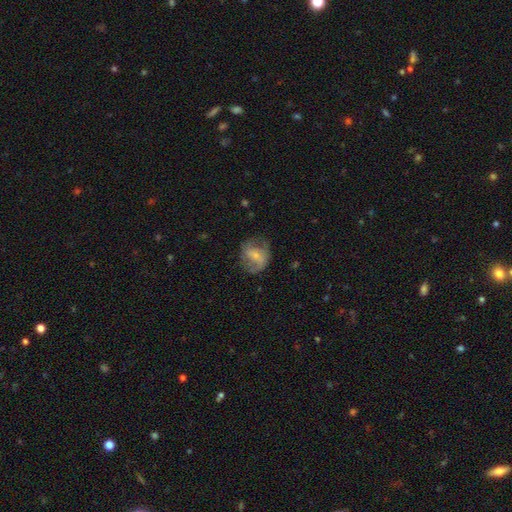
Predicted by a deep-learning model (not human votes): Smooth or featured?
  - featured or disk: 53% *
  - smooth: 39%
  - star or artifact: 8%
Edge-on disk?
  - no: 97% *
  - yes: 3%
Bar?
  - weak: 43% *
  - no: 40%
  - strong: 18%
Spiral arms?
  - yes: 72% *
  - no: 28%
Bulge size?
  - small: 54% *
  - moderate: 30%
  - none: 11%
  - large: 3%
  - dominant: 1%
Merging?
  - none: 59% *
  - minor disturbance: 23%
  - major disturbance: 17%
  - merger: 1%